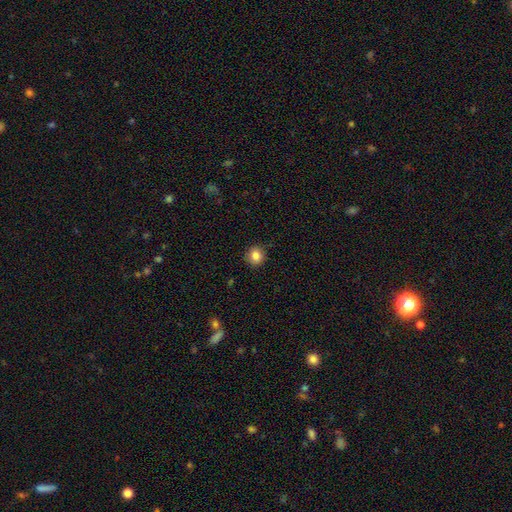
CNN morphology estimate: Q: Smooth or featured?
A: smooth (84%); runner-up: star or artifact (11%)
Q: How rounded?
A: round (91%); runner-up: in between (8%)
Q: Merging?
A: none (90%); runner-up: minor disturbance (7%)